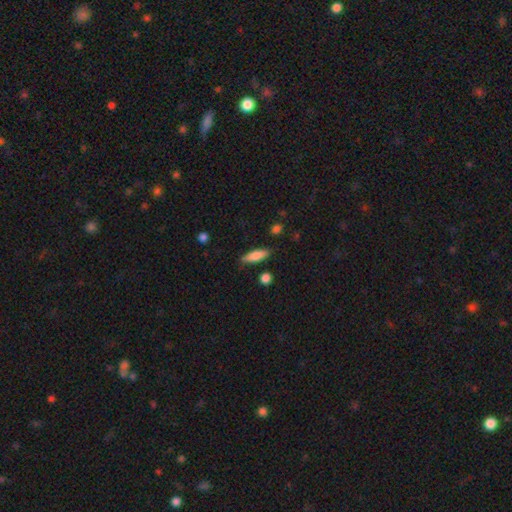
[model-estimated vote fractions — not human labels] Smooth or featured?
  - smooth: 78% *
  - featured or disk: 16%
  - star or artifact: 6%
How rounded?
  - cigar-shaped: 56% *
  - in between: 42%
  - round: 2%
Merging?
  - none: 82% *
  - minor disturbance: 13%
  - major disturbance: 3%
  - merger: 2%